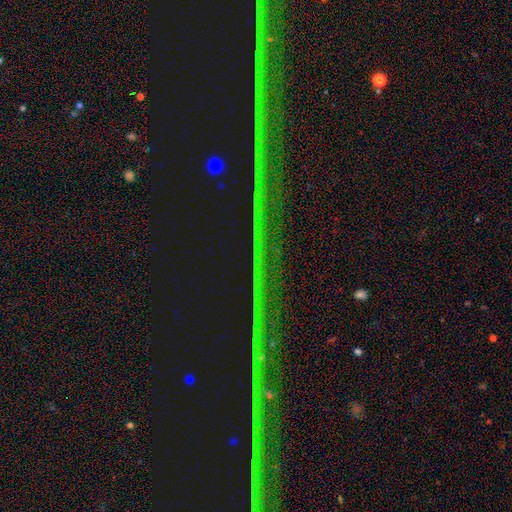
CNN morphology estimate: Overall: star or artifact (88%).